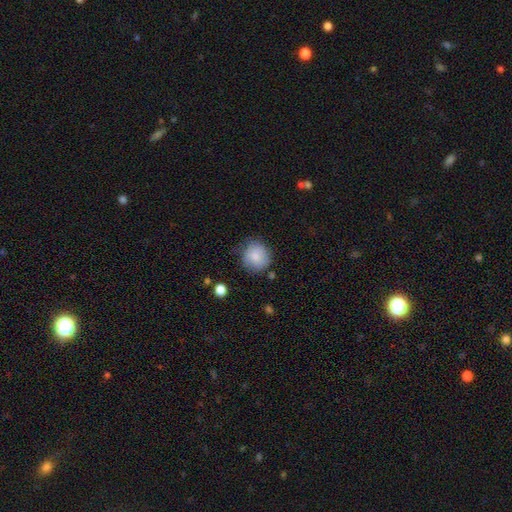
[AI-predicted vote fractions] smooth-or-featured: smooth: 82% | featured or disk: 11% | star or artifact: 7%
  how-rounded: round: 90% | in between: 9% | cigar-shaped: 1%
  merging: none: 73% | minor disturbance: 19% | major disturbance: 5% | merger: 2%